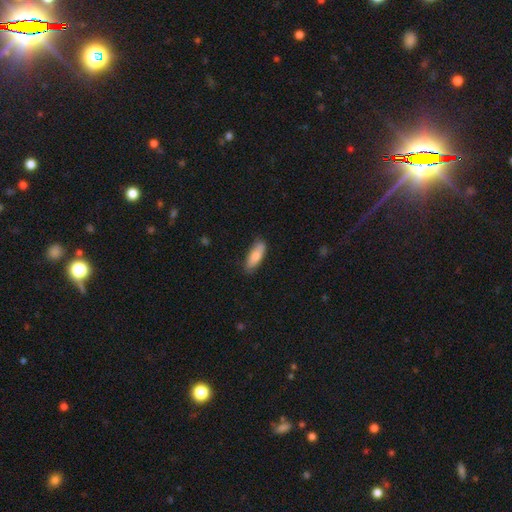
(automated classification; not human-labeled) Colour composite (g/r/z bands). It shows a smooth galaxy with no disk features (82%) that is in between round and cigar-shaped (62%). Merging: none (78%).